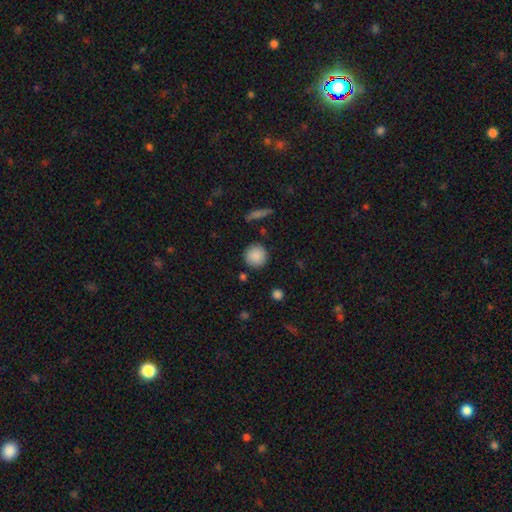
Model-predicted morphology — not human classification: smooth_or_featured: smooth (p=0.88) [alt: star or artifact p=0.08]
how_rounded: round (p=0.94) [alt: in between p=0.05]
merging: none (p=0.88) [alt: minor disturbance p=0.08]